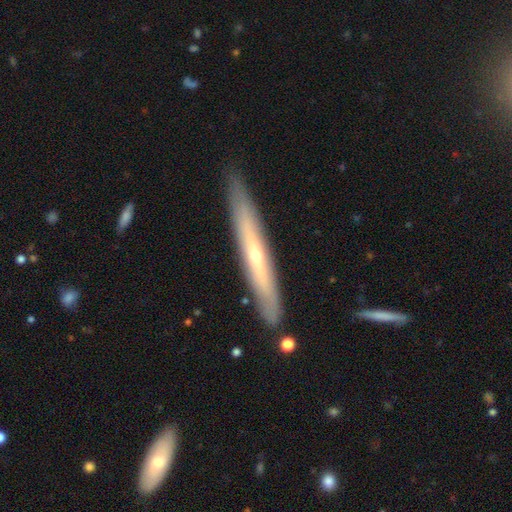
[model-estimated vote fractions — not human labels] This appears to be a featured or disk galaxy (64%) viewed edge-on (87%) with a rounded central bulge (66%). Merging: none (87%).